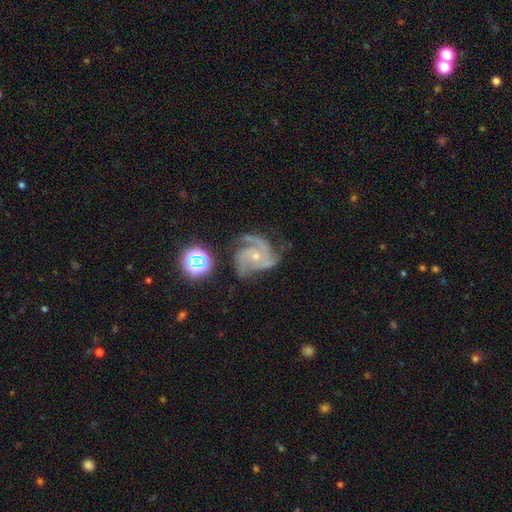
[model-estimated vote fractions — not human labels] A featured or disk galaxy (88%) with no bar (74%), 3 (67%) medium (49%) spiral arms (98%) and a small central bulge (67%). Merging: none (59%).